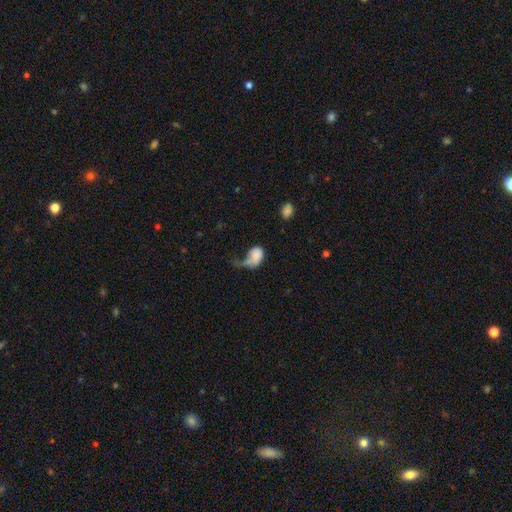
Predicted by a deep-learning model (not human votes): Morphology: type=smooth (67%); roundness=in between (73%); merging=major disturbance (54%).